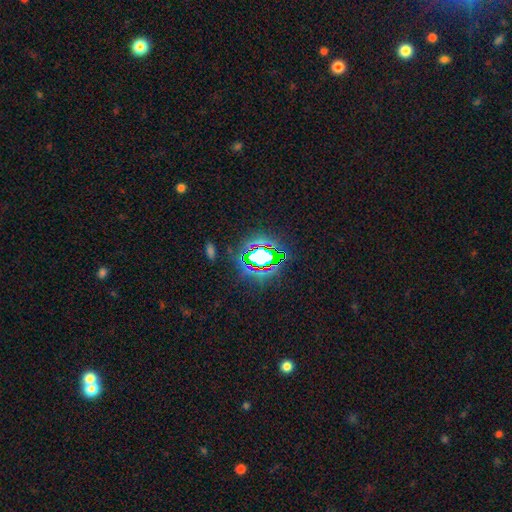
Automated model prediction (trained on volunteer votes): Q: Smooth or featured?
A: star or artifact (81%); runner-up: smooth (11%)